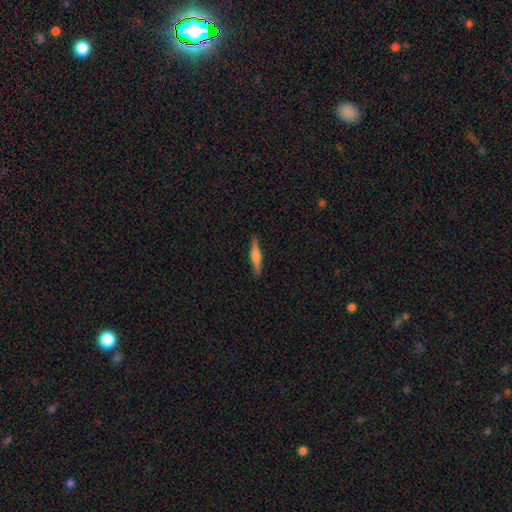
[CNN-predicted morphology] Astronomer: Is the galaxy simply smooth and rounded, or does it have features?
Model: featured or disk — 49% (runner-up: smooth, 45%).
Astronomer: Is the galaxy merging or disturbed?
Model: none — 89%.